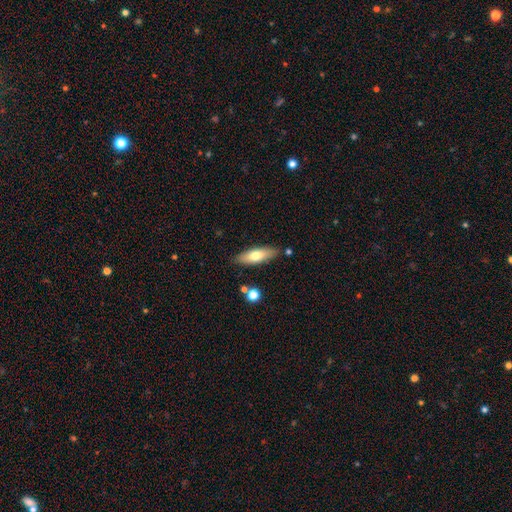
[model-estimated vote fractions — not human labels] Smooth or featured: smooth — 67% (featured or disk — 27%)
How rounded: in between — 54% (cigar-shaped — 44%)
Merging: none — 83% (minor disturbance — 11%)